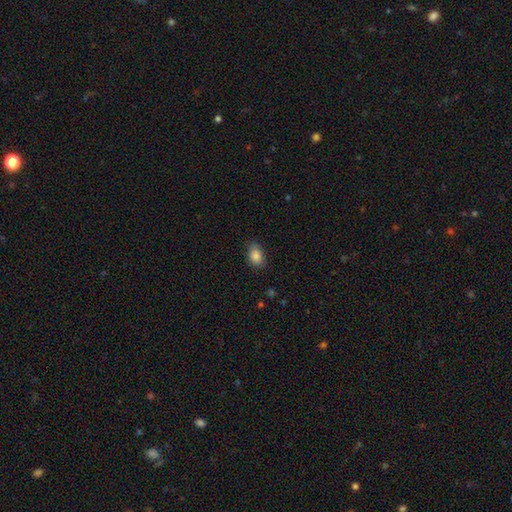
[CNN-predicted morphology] This appears to be a smooth galaxy with no disk features (87%) that is in between round and cigar-shaped (84%). Merging: none (77%).